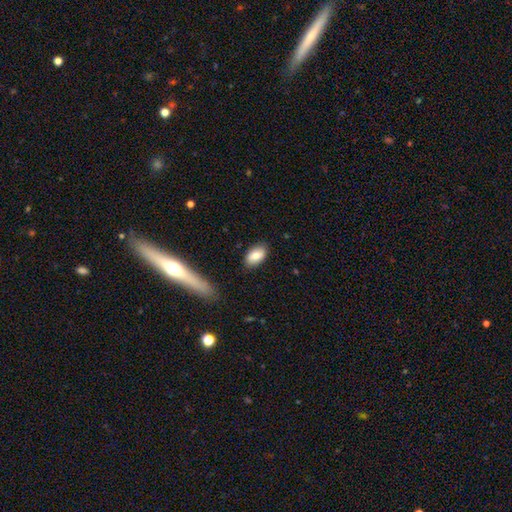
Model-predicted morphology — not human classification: Smooth or featured: smooth — 83% (featured or disk — 10%)
How rounded: in between — 93% (round — 5%)
Merging: none — 85% (minor disturbance — 11%)